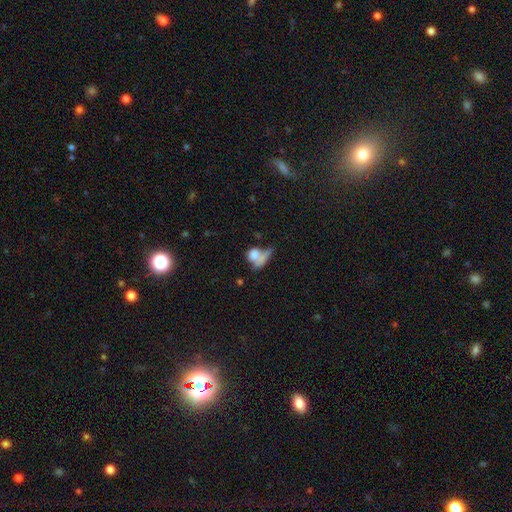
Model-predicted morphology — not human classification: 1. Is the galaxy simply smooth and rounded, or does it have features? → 73% smooth, 17% featured or disk, 10% star or artifact.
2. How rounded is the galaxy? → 52% round, 36% in between, 12% cigar-shaped.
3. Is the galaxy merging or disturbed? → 42% merger, 32% none, 14% major disturbance, 12% minor disturbance.